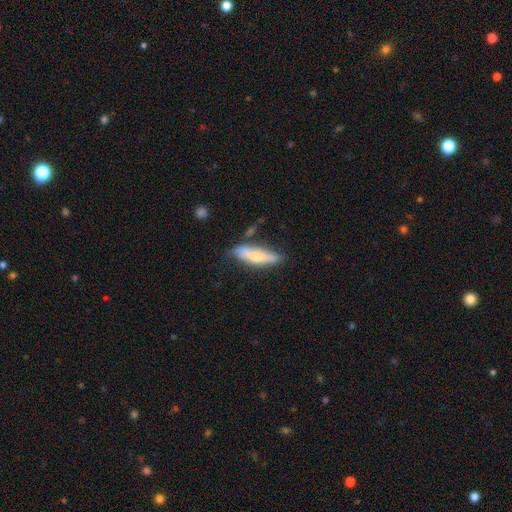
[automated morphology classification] Q: Smooth or featured?
A: smooth (58%); runner-up: featured or disk (36%)
Q: How rounded?
A: cigar-shaped (63%); runner-up: in between (35%)
Q: Merging?
A: none (59%); runner-up: minor disturbance (26%)